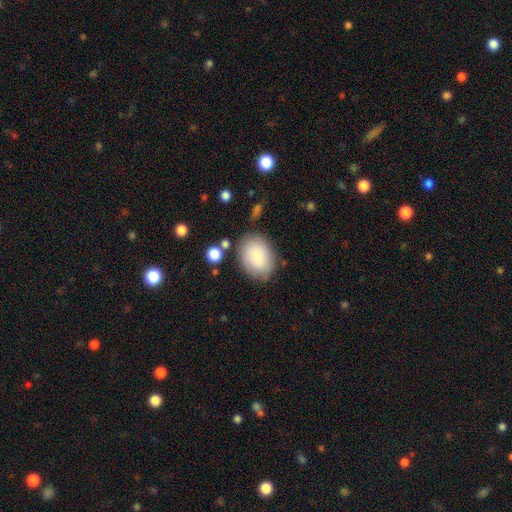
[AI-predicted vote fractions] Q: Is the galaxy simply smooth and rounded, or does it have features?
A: smooth — 82%.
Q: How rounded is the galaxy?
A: in between — 74%.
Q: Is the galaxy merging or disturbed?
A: none — 75%.